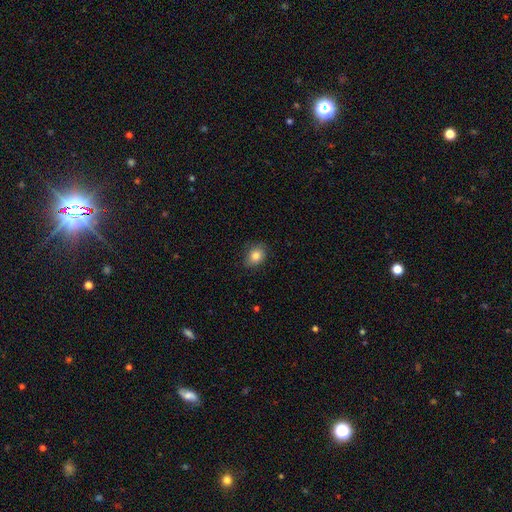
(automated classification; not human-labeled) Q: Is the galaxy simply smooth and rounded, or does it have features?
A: smooth — 82%.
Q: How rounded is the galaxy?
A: in between — 61%.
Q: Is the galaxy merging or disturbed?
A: none — 81%.